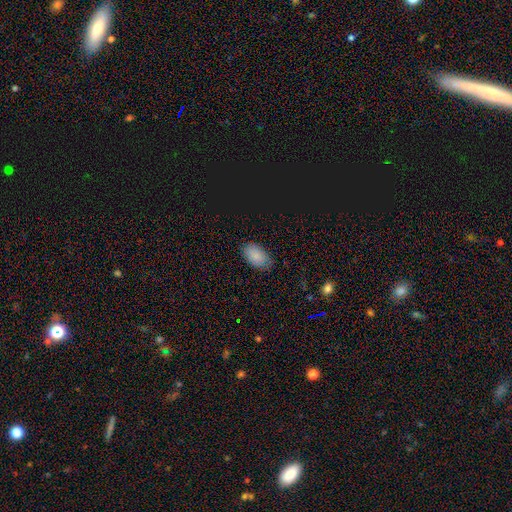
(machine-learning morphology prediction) This is clearly a smooth galaxy (84%). How rounded: clearly in between (93%). Merging: likely none (79%).